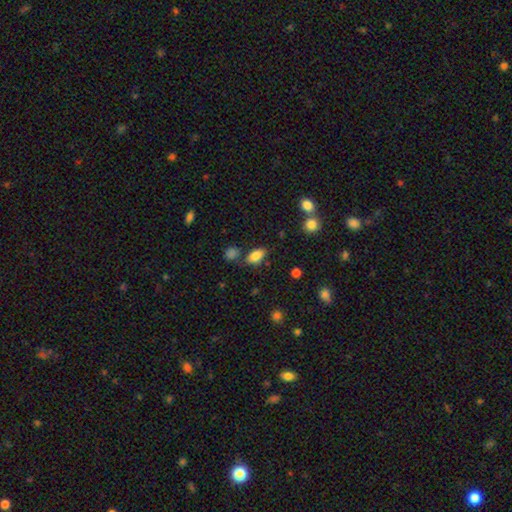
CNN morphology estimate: Smooth or featured? Predicted: smooth (p=0.84). How rounded? Predicted: in between (p=0.90). Merging? Predicted: none (p=0.72).